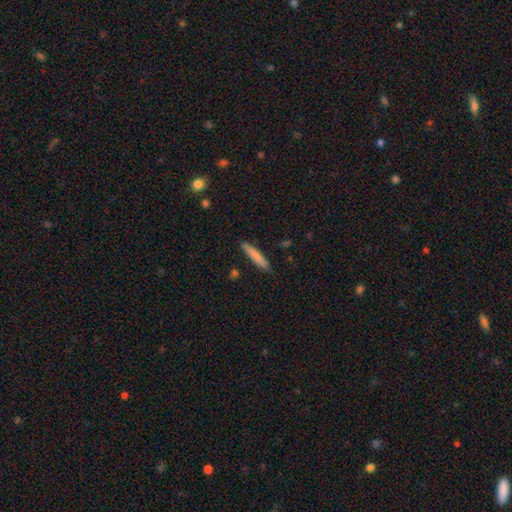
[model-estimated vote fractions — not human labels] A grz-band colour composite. It shows a smooth galaxy with no disk features (78%) that is cigar-shaped (93%). Merging: none (88%).